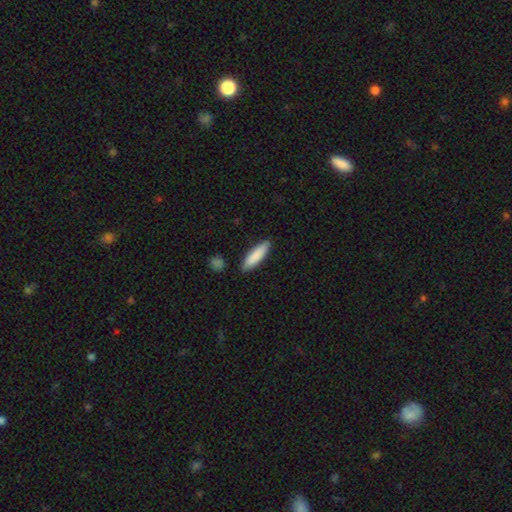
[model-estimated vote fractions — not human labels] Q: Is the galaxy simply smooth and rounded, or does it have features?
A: smooth — 86%.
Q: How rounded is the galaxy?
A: cigar-shaped — 67%.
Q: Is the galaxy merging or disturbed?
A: none — 86%.